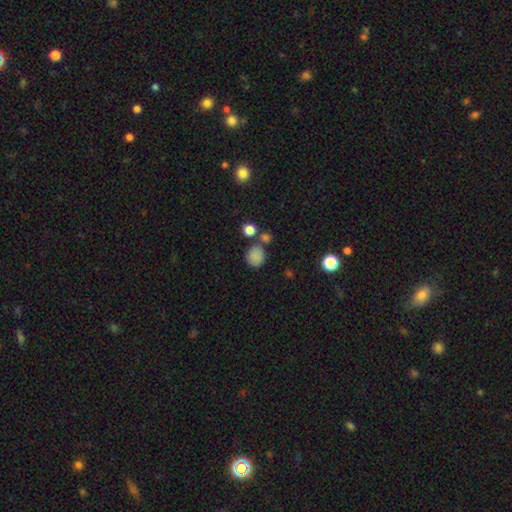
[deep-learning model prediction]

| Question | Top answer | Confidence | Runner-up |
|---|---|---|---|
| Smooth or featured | smooth | 83% | star or artifact (12%) |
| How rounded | round | 77% | in between (22%) |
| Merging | none | 67% | merger (17%) |